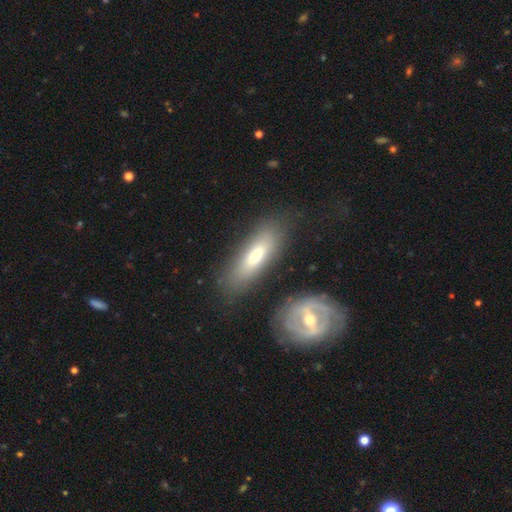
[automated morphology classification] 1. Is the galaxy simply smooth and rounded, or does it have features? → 63% smooth, 29% featured or disk, 8% star or artifact.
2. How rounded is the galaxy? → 60% in between, 38% cigar-shaped, 3% round.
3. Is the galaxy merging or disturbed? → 78% none, 12% minor disturbance, 5% major disturbance, 5% merger.